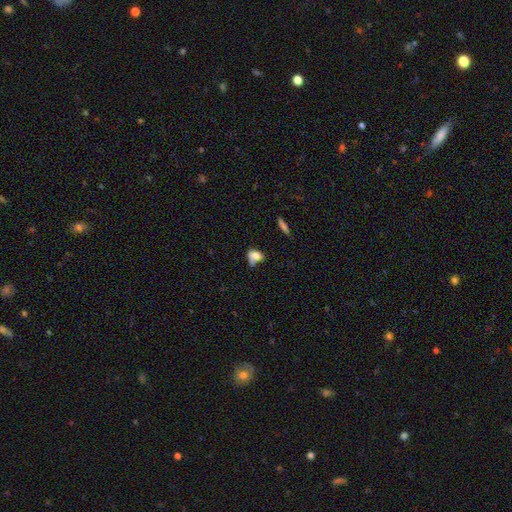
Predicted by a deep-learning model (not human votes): This is likely a smooth galaxy (72%). How rounded: likely in between (72%). Merging: marginally none (31%).